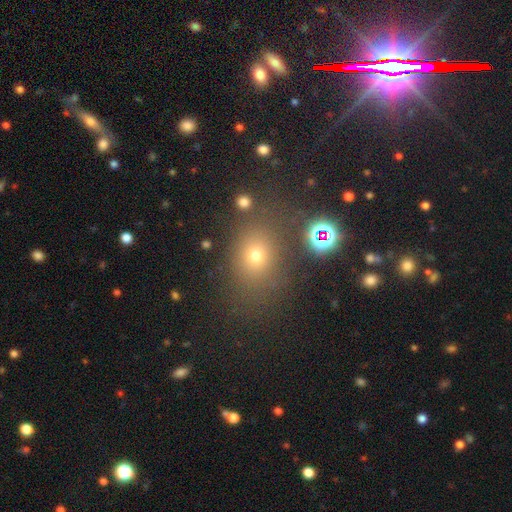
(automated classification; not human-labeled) Morphology: type=smooth (60%); roundness=in between (53%); merging=none (79%).